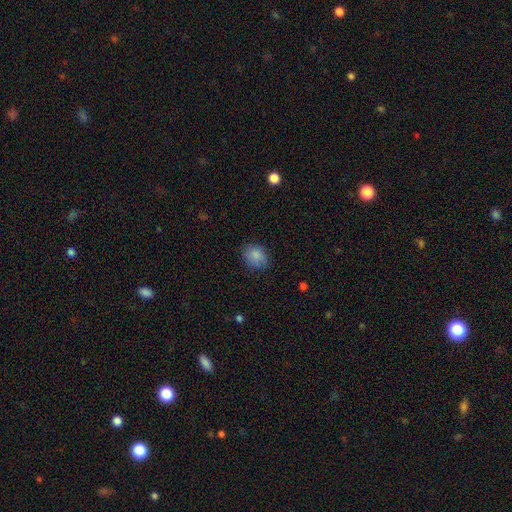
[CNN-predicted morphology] Smooth or featured? smooth (86%)
How rounded? round (60%)
Merging? none (80%)